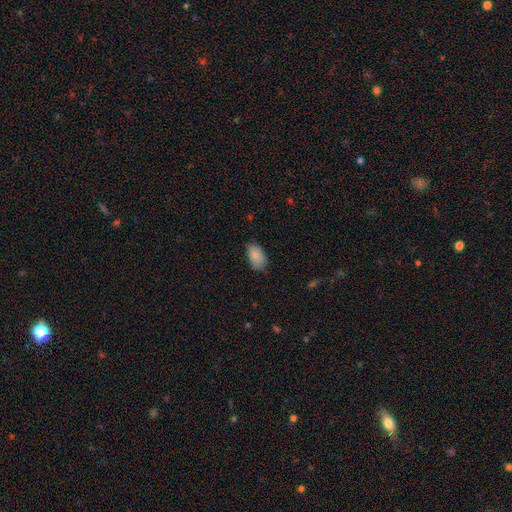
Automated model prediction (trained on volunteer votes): Smooth or featured?
  - smooth: 86% *
  - star or artifact: 7%
  - featured or disk: 7%
How rounded?
  - in between: 93% *
  - round: 5%
  - cigar-shaped: 1%
Merging?
  - none: 70% *
  - minor disturbance: 25%
  - major disturbance: 4%
  - merger: 1%